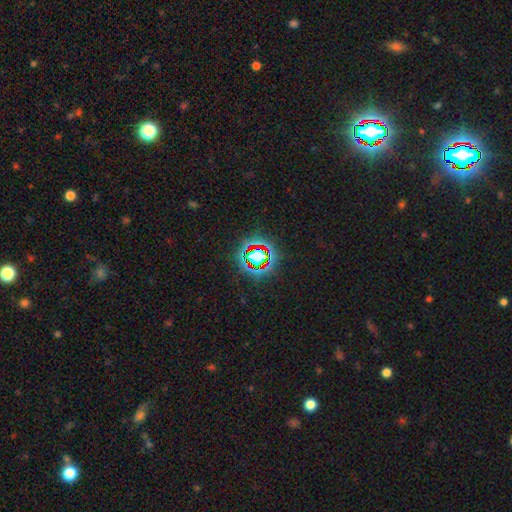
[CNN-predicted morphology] star or artifact 68%, smooth 21%, featured or disk 11%.